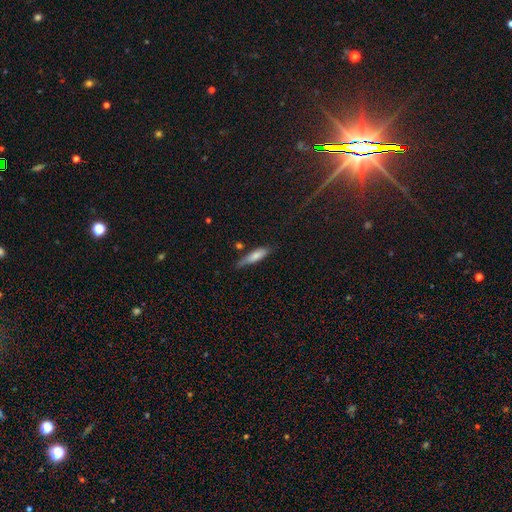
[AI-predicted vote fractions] smooth-or-featured: smooth: 72% | featured or disk: 20% | star or artifact: 7%
  how-rounded: cigar-shaped: 70% | in between: 28% | round: 2%
  merging: none: 60% | minor disturbance: 28% | major disturbance: 6% | merger: 6%